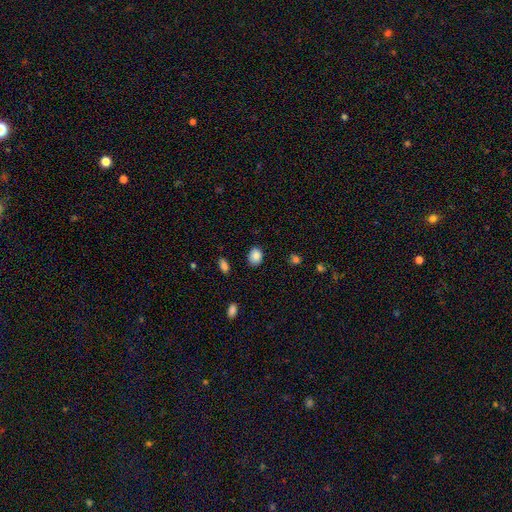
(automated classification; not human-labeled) smooth-or-featured: smooth: 86% | star or artifact: 9% | featured or disk: 5%
  how-rounded: in between: 61% | round: 38% | cigar-shaped: 1%
  merging: none: 84% | minor disturbance: 12% | major disturbance: 3% | merger: 2%